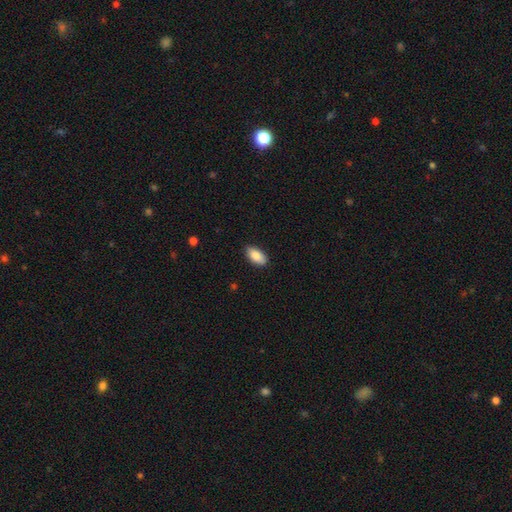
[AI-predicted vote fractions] Smooth or featured? smooth (85%)
How rounded? in between (93%)
Merging? none (87%)